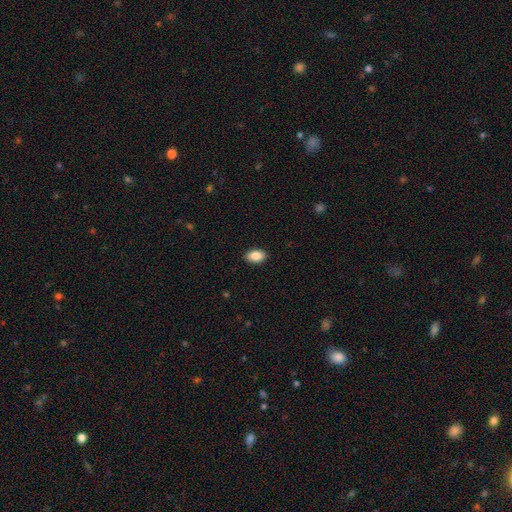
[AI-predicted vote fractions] A smooth galaxy with no disk features (88%) that is in between round and cigar-shaped (89%).

Vote fractions:
- Smooth or featured? smooth: 88% / star or artifact: 7% / featured or disk: 5%
- How rounded? in between: 89% / round: 10% / cigar-shaped: 1%
- Merging? none: 90% / minor disturbance: 7% / major disturbance: 2% / merger: 1%